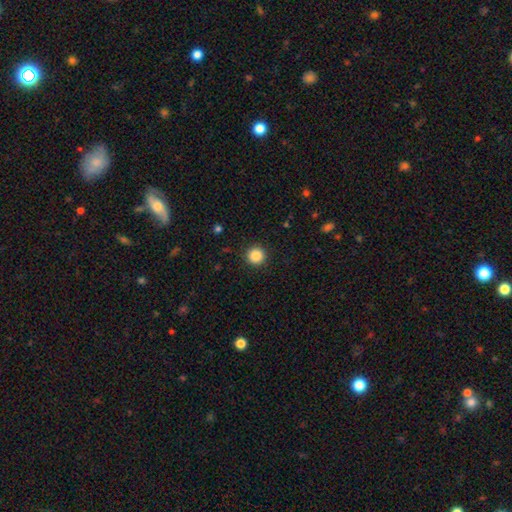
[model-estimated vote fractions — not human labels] A smooth galaxy with no disk features (87%) that is round (96%).

Vote fractions:
- Smooth or featured? smooth: 87% / star or artifact: 10% / featured or disk: 3%
- How rounded? round: 96% / in between: 3% / cigar-shaped: 1%
- Merging? none: 92% / minor disturbance: 5% / major disturbance: 2% / merger: 1%